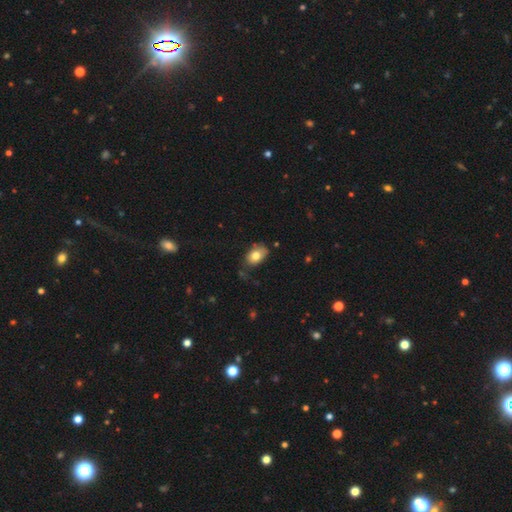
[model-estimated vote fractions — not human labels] smooth-or-featured: smooth: 77% | featured or disk: 15% | star or artifact: 8%
  how-rounded: in between: 82% | round: 17% | cigar-shaped: 1%
  merging: none: 63% | minor disturbance: 27% | major disturbance: 7% | merger: 3%